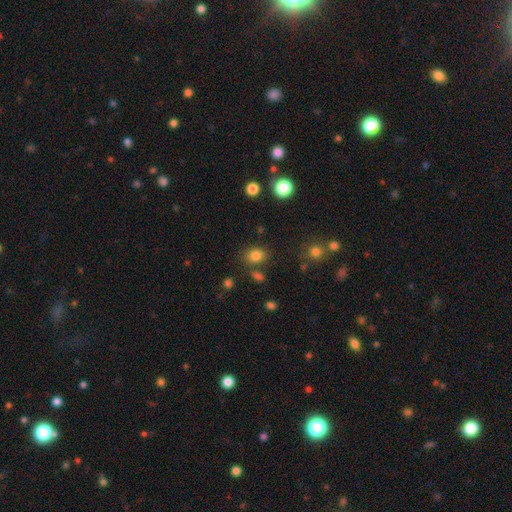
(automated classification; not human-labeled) This appears to be a smooth galaxy with no disk features (81%) that is in between round and cigar-shaped (65%). Merging: none (76%).